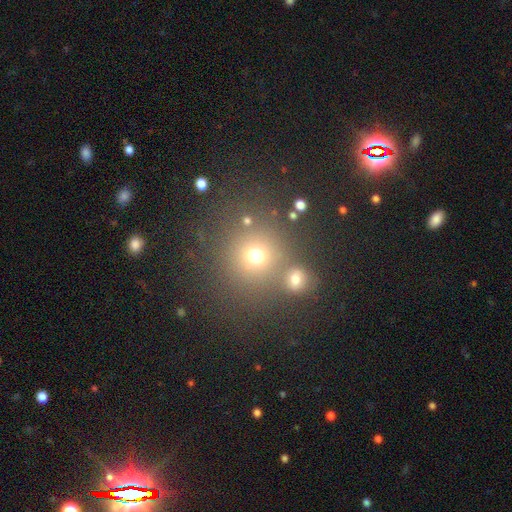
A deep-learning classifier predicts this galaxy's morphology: smooth 71%, star or artifact 20%, featured or disk 9%. Down the decision tree: how rounded — round (89%); merging — none (67%).